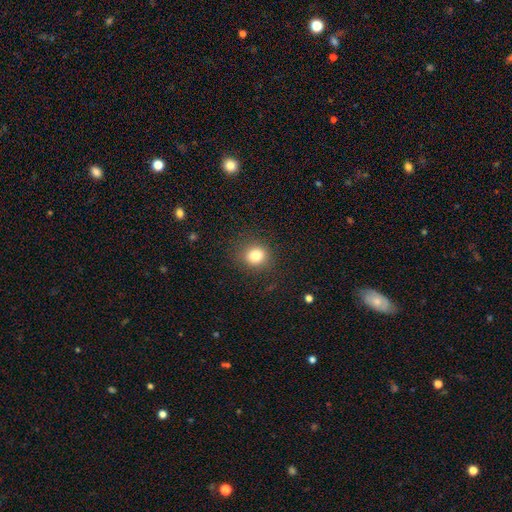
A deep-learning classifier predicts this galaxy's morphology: type=smooth (82%); roundness=round (82%); merging=none (86%).